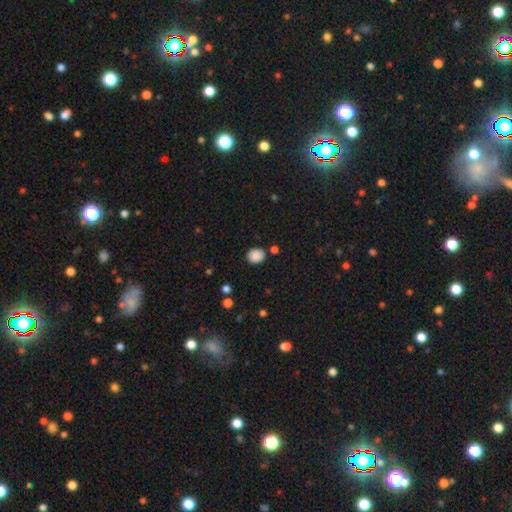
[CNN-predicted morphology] Smooth or featured?
  - smooth: 87% *
  - star or artifact: 9%
  - featured or disk: 3%
How rounded?
  - round: 67% *
  - in between: 32%
  - cigar-shaped: 1%
Merging?
  - none: 82% *
  - minor disturbance: 11%
  - merger: 4%
  - major disturbance: 3%